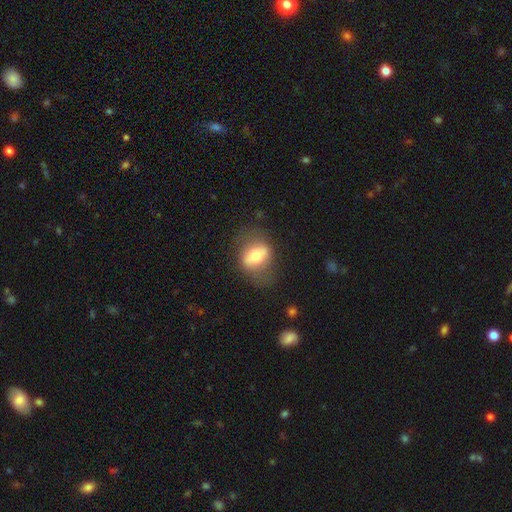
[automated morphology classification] A smooth galaxy with no disk features (55%) that is in between round and cigar-shaped (69%). Merging: none (68%).